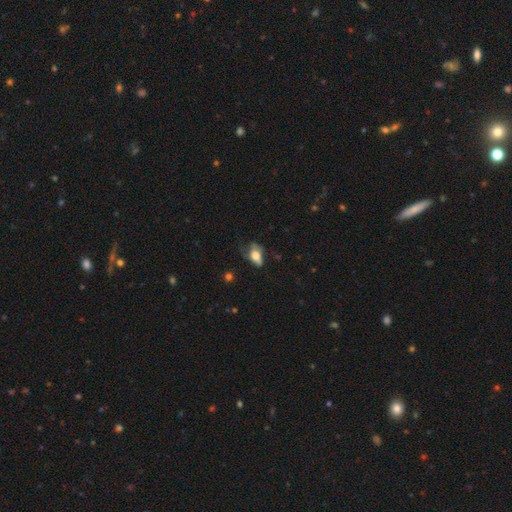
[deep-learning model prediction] This is likely a smooth galaxy (60%). How rounded: clearly in between (81%). Merging: marginally major disturbance (35%).